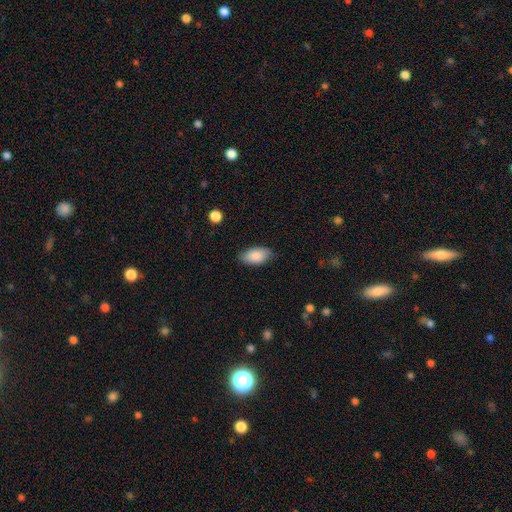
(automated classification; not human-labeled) A smooth galaxy with no disk features (88%) that is in between round and cigar-shaped (94%). Merging: none (81%).